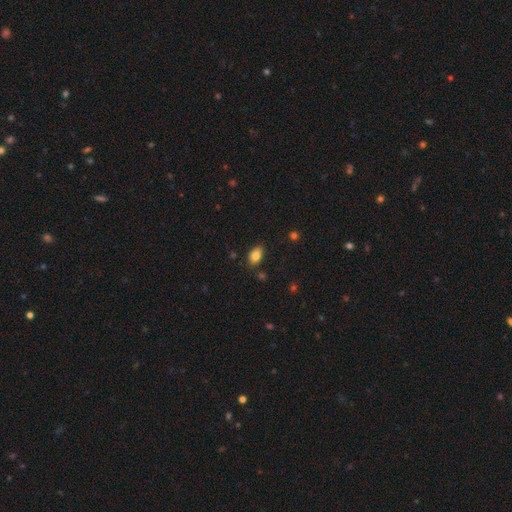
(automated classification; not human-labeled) smooth_or_featured: smooth (p=0.83) [alt: star or artifact p=0.09]
how_rounded: in between (p=0.88) [alt: round p=0.10]
merging: none (p=0.81) [alt: minor disturbance p=0.14]